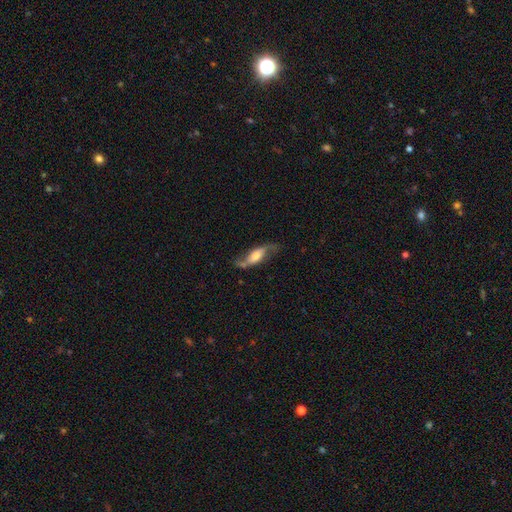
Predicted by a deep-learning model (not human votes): featured or disk 68%, smooth 25%, star or artifact 7%. Down the decision tree: edge-on disk — no (80%); bar — no (44%); spiral arms — yes (88%); bulge size — moderate (46%); merging — none (66%).